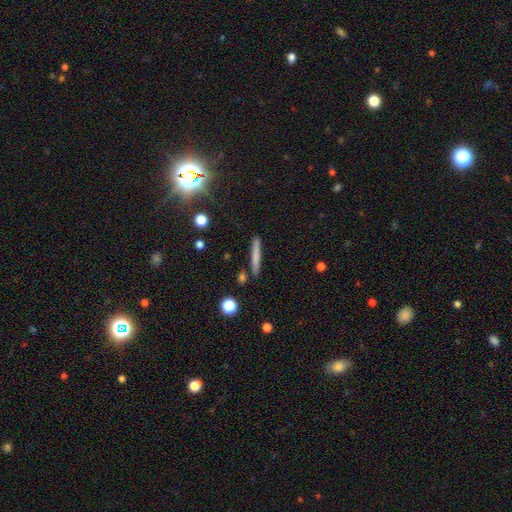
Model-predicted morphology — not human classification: smooth-or-featured: smooth: 72% | featured or disk: 21% | star or artifact: 7%
  how-rounded: cigar-shaped: 94% | in between: 4% | round: 2%
  merging: none: 85% | minor disturbance: 9% | merger: 4% | major disturbance: 2%